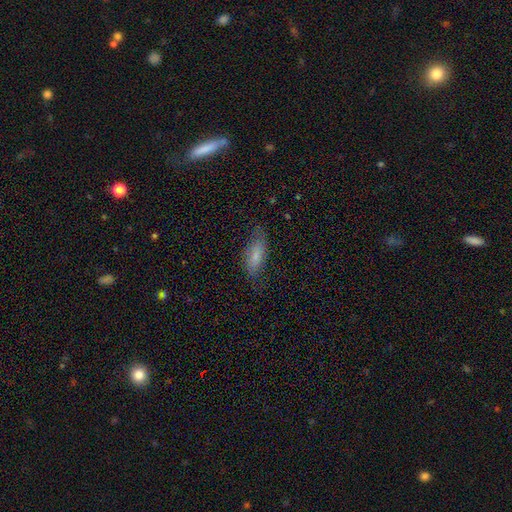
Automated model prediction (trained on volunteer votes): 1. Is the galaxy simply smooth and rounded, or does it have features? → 75% smooth, 18% featured or disk, 7% star or artifact.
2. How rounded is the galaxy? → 69% in between, 29% cigar-shaped, 2% round.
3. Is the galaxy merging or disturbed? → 67% none, 24% minor disturbance, 8% major disturbance, 1% merger.